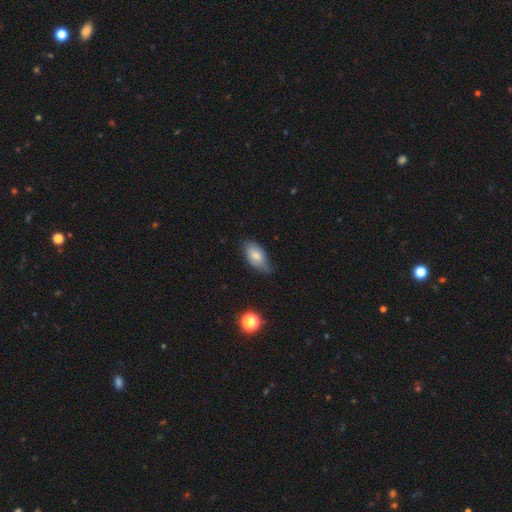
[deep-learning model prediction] smooth 74%, featured or disk 19%, star or artifact 8%. Down the decision tree: how rounded — in between (92%); merging — none (55%).